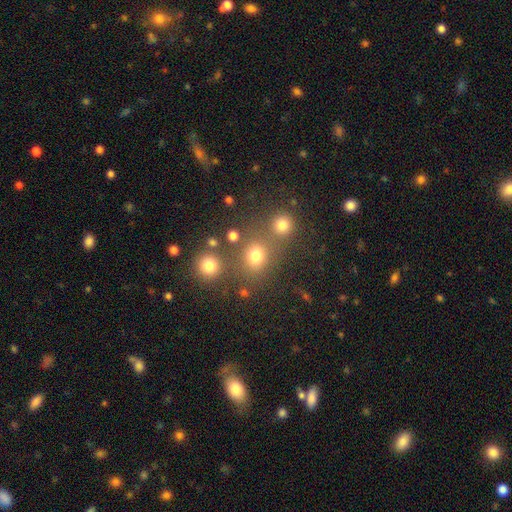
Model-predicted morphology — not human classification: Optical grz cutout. It shows a smooth galaxy with no disk features (75%) that is round (73%). Merging: none (63%).